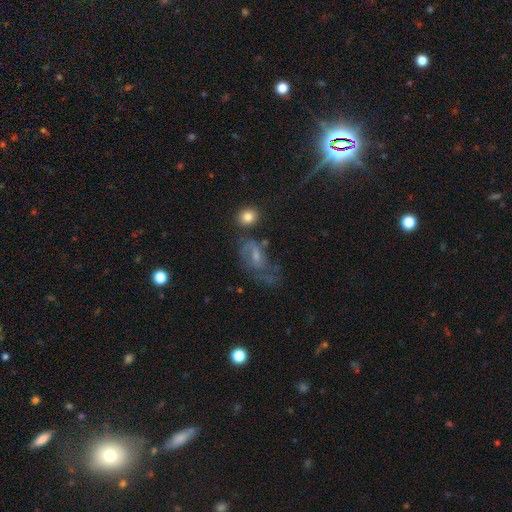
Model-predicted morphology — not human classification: smooth_or_featured: featured or disk (p=0.57) [alt: smooth p=0.27]
disk_edge_on: no (p=0.94) [alt: yes p=0.06]
bar: no (p=0.50) [alt: weak p=0.41]
has_spiral_arms: yes (p=0.68) [alt: no p=0.32]
bulge_size: small (p=0.52) [alt: moderate p=0.33]
merging: none (p=0.37) [alt: major disturbance p=0.33]